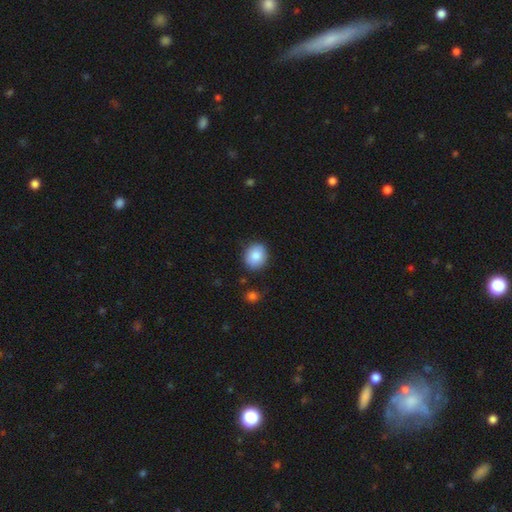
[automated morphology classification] The model was most divided on "how rounded": round: 63%, in between: 36%, cigar-shaped: 1%. More confident: smooth or featured — smooth (86%); merging — none (85%).